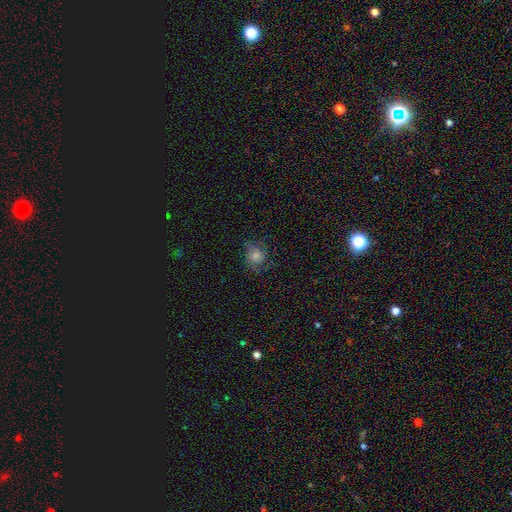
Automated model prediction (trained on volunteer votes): Smooth or featured? smooth (49%)
Merging? none (71%)